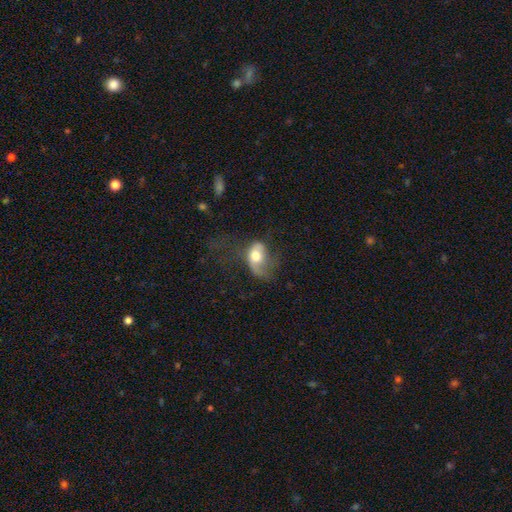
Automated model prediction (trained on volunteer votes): The model was most divided on "smooth or featured": smooth: 53%, featured or disk: 38%, star or artifact: 9%. Remaining: how rounded — in between (81%); merging — major disturbance (48%).